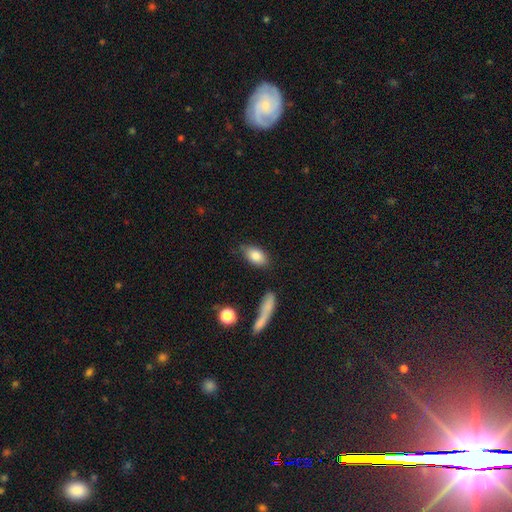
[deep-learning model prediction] Smooth or featured? smooth (84%)
How rounded? in between (89%)
Merging? none (76%)